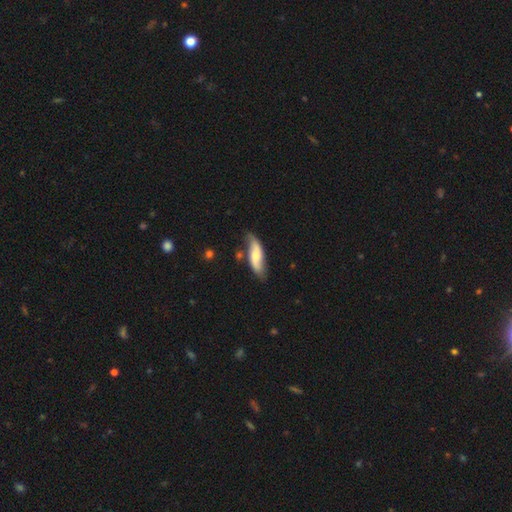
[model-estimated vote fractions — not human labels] Overall: featured or disk (48%; smooth 46%). Merging: none (65%).